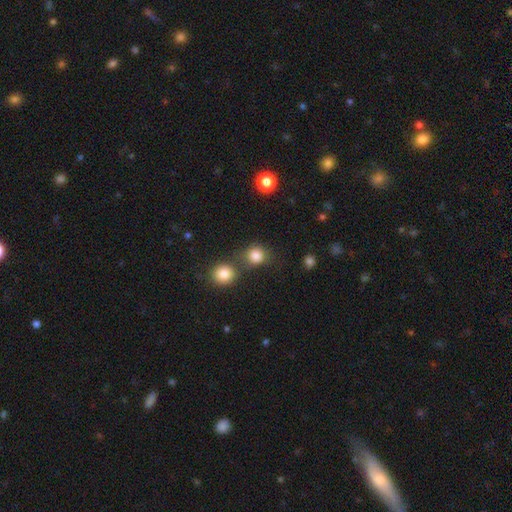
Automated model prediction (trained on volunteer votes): Smooth or featured?
  - smooth: 83% *
  - star or artifact: 12%
  - featured or disk: 5%
How rounded?
  - round: 84% *
  - in between: 15%
  - cigar-shaped: 1%
Merging?
  - none: 55% *
  - merger: 30%
  - minor disturbance: 10%
  - major disturbance: 5%